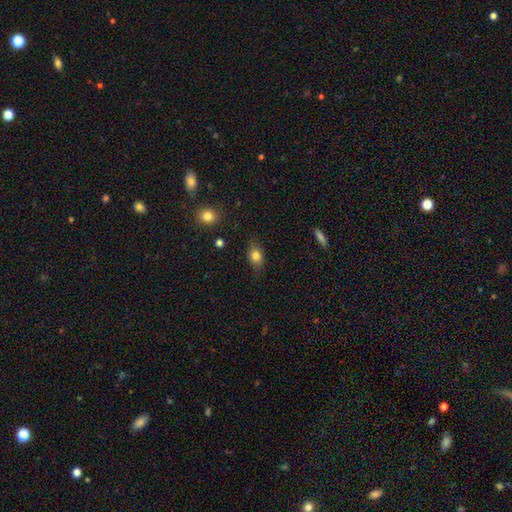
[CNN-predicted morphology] smooth_or_featured: smooth (p=0.80) [alt: featured or disk p=0.11]
how_rounded: in between (p=0.71) [alt: round p=0.26]
merging: none (p=0.77) [alt: minor disturbance p=0.17]